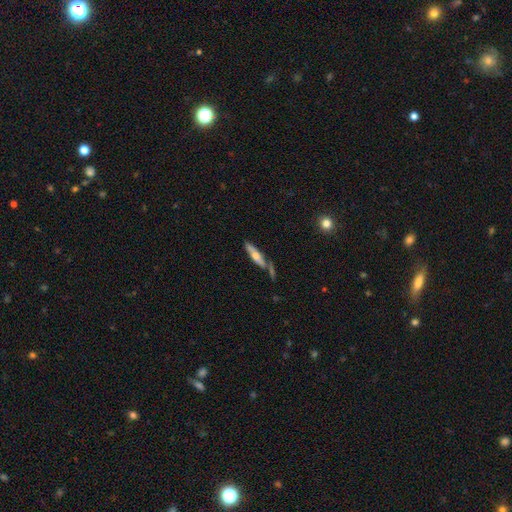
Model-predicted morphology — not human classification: Smooth or featured?
  - featured or disk: 52% *
  - smooth: 42%
  - star or artifact: 6%
Edge-on disk?
  - yes: 82% *
  - no: 18%
Merging?
  - none: 59% *
  - minor disturbance: 19%
  - merger: 15%
  - major disturbance: 7%